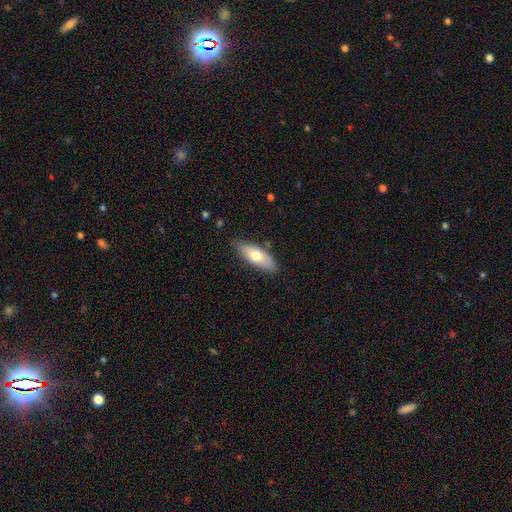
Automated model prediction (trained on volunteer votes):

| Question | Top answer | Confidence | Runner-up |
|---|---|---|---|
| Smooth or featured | smooth | 67% | featured or disk (27%) |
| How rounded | in between | 71% | cigar-shaped (27%) |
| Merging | none | 79% | minor disturbance (17%) |